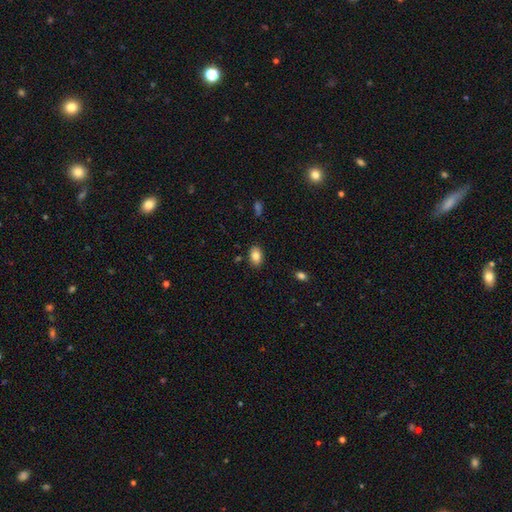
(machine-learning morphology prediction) smooth_or_featured: smooth (p=0.84) [alt: star or artifact p=0.08]
how_rounded: in between (p=0.85) [alt: round p=0.14]
merging: none (p=0.87) [alt: minor disturbance p=0.09]